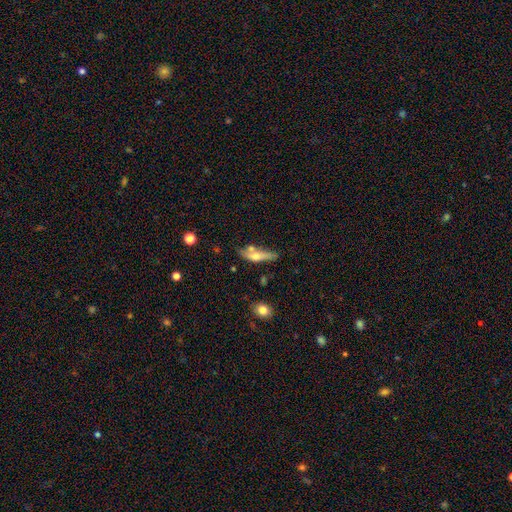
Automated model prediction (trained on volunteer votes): Smooth or featured?
  - smooth: 54% *
  - featured or disk: 40%
  - star or artifact: 7%
How rounded?
  - cigar-shaped: 62% *
  - in between: 35%
  - round: 3%
Merging?
  - none: 50% *
  - minor disturbance: 23%
  - merger: 19%
  - major disturbance: 8%